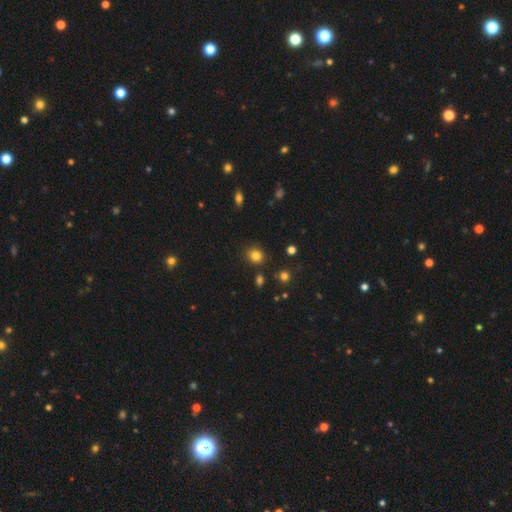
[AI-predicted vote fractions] smooth-or-featured: smooth: 82% | star or artifact: 13% | featured or disk: 5%
  how-rounded: round: 82% | in between: 17% | cigar-shaped: 1%
  merging: none: 86% | minor disturbance: 9% | merger: 3% | major disturbance: 3%